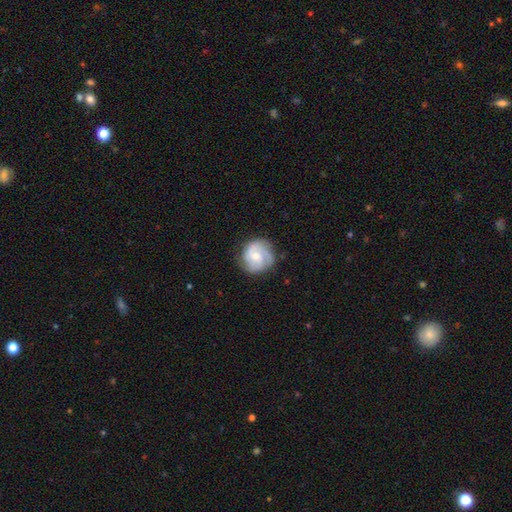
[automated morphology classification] type=featured or disk (73%); edge-on=no (98%); bar=no (59%); spiral arms=yes (94%); winding=tight (50%); arm count=3 (38%); bulge=moderate (54%); merging=none (74%).